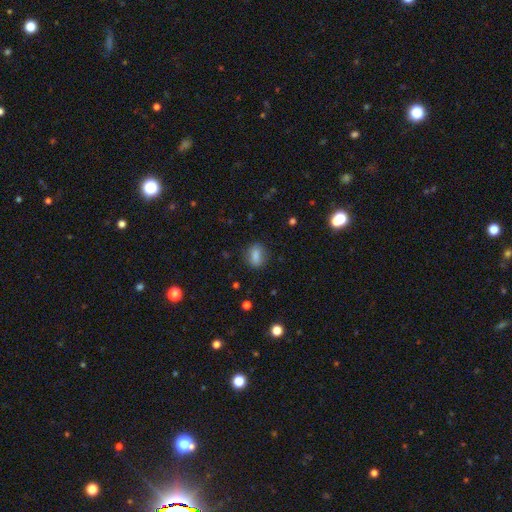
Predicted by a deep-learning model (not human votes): Q: Smooth or featured?
A: smooth (84%); runner-up: star or artifact (9%)
Q: How rounded?
A: in between (72%); runner-up: round (20%)
Q: Merging?
A: none (83%); runner-up: minor disturbance (11%)